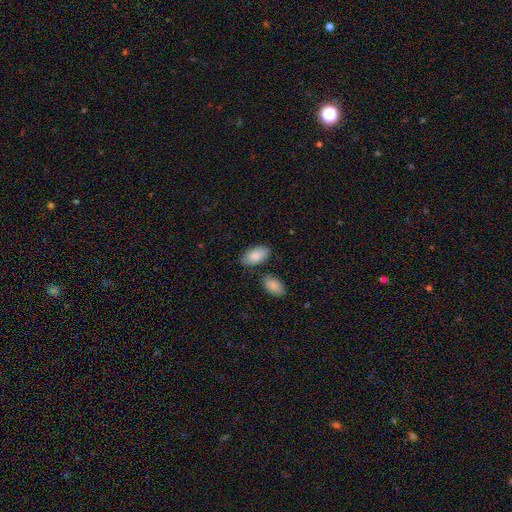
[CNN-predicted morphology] type=smooth (85%); roundness=in between (95%); merging=none (70%).